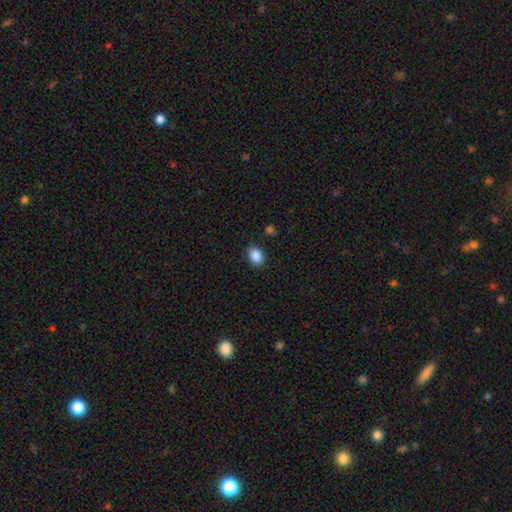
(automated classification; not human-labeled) This appears to be a smooth galaxy with no disk features (88%) that is in between round and cigar-shaped (67%). Merging: none (86%).